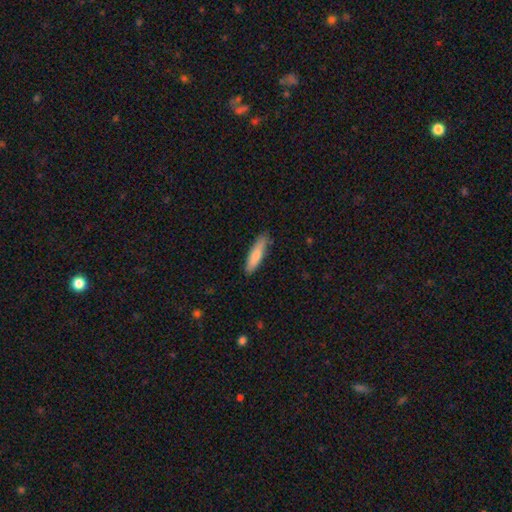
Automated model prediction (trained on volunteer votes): Morphology: type=smooth (77%); roundness=cigar-shaped (76%); merging=none (85%).